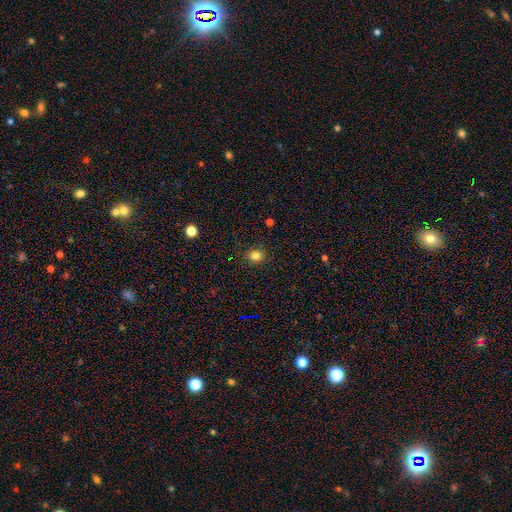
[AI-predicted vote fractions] A smooth galaxy with no disk features (81%) that is round (72%).

Vote fractions:
- Smooth or featured? smooth: 81% / star or artifact: 13% / featured or disk: 5%
- How rounded? round: 72% / in between: 27% / cigar-shaped: 1%
- Merging? none: 87% / minor disturbance: 9% / major disturbance: 2% / merger: 1%